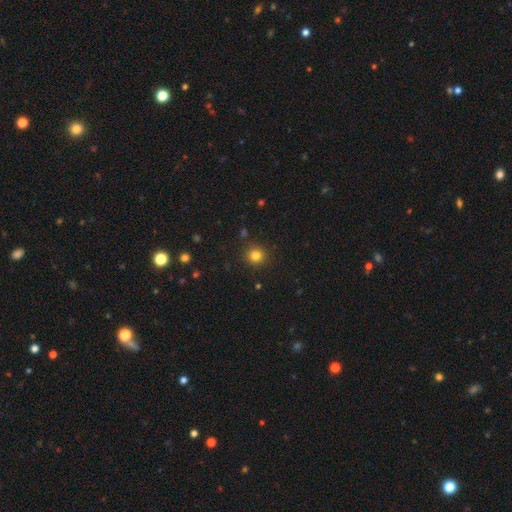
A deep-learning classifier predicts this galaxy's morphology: type=smooth (81%); roundness=round (93%); merging=none (90%).